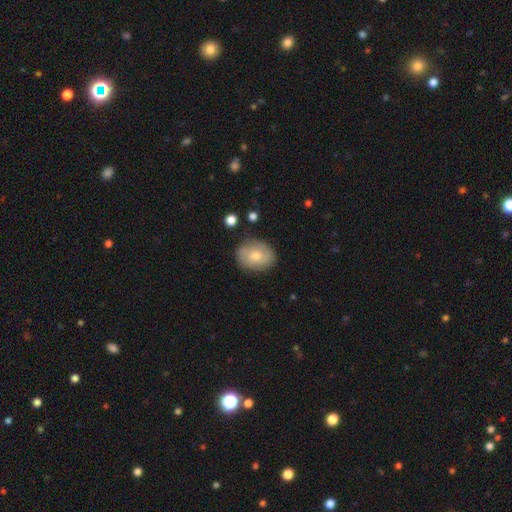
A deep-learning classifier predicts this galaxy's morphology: type=smooth (52%); roundness=in between (52%); merging=none (81%).